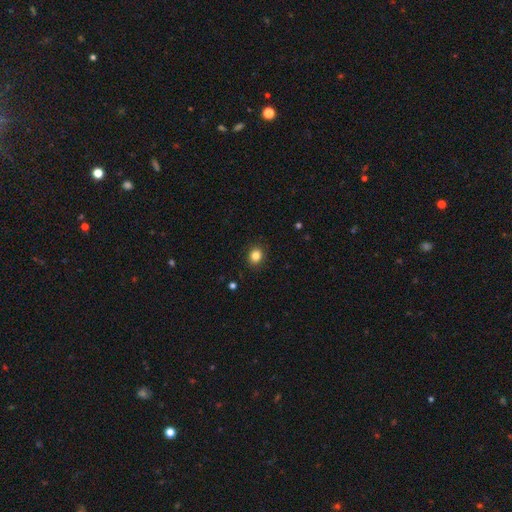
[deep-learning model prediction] Q: Smooth or featured?
A: smooth (84%); runner-up: star or artifact (11%)
Q: How rounded?
A: round (70%); runner-up: in between (30%)
Q: Merging?
A: none (90%); runner-up: minor disturbance (7%)